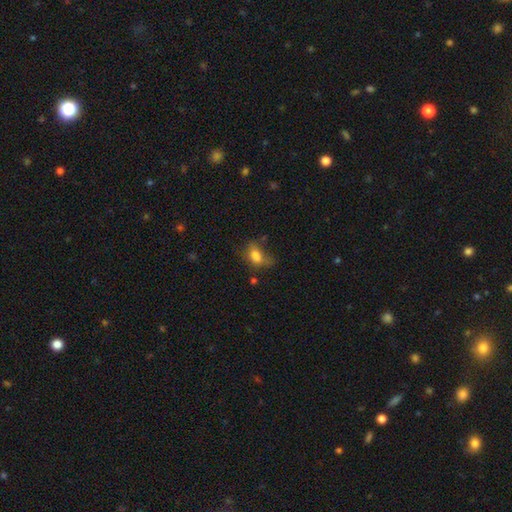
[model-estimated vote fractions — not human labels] The model was most divided on "merging": none: 36%, minor disturbance: 30%, major disturbance: 26%, merger: 8%. More confident: how rounded — in between (80%); smooth or featured — smooth (72%).